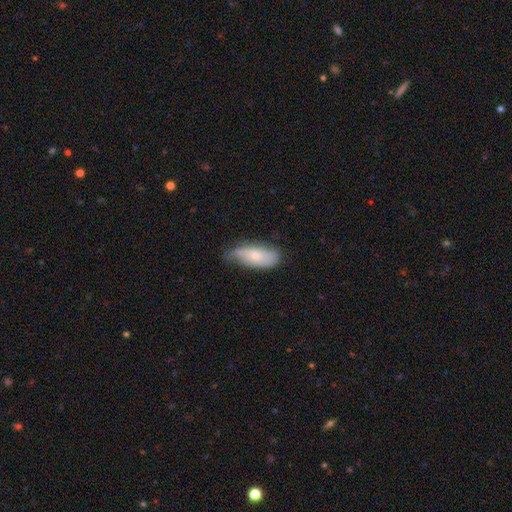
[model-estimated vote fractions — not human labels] Morphology: type=smooth (65%); roundness=in between (84%); merging=none (52%).